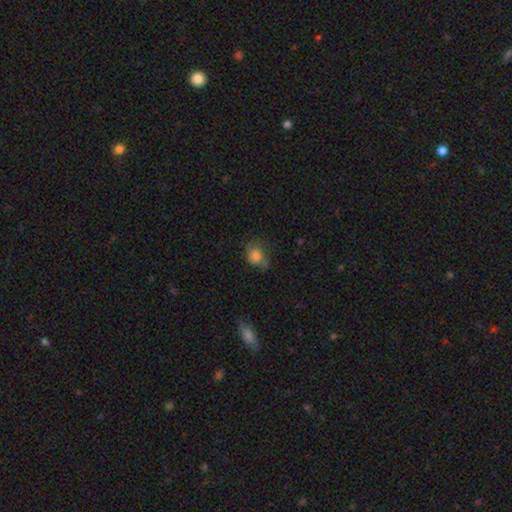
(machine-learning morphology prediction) Smooth or featured?
  - smooth: 72% *
  - featured or disk: 18%
  - star or artifact: 10%
How rounded?
  - round: 55% *
  - in between: 44%
  - cigar-shaped: 1%
Merging?
  - none: 47% *
  - minor disturbance: 31%
  - major disturbance: 19%
  - merger: 2%